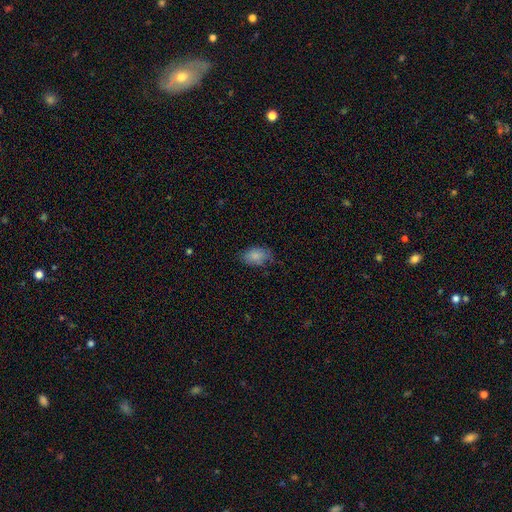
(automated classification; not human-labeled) Smooth or featured? smooth (85%)
How rounded? in between (89%)
Merging? none (67%)